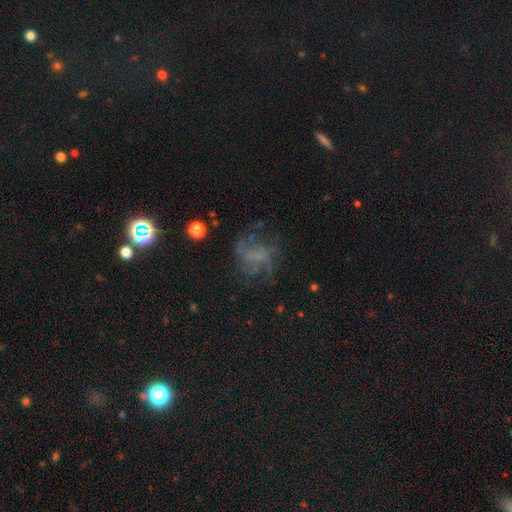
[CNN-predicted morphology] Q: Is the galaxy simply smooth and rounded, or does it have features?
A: featured or disk — 57%.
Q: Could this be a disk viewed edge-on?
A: no — 97%.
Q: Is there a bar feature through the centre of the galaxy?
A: no — 66%.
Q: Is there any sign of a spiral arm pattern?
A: yes — 57%.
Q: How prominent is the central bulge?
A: none — 70%.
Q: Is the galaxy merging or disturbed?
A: none — 52%.